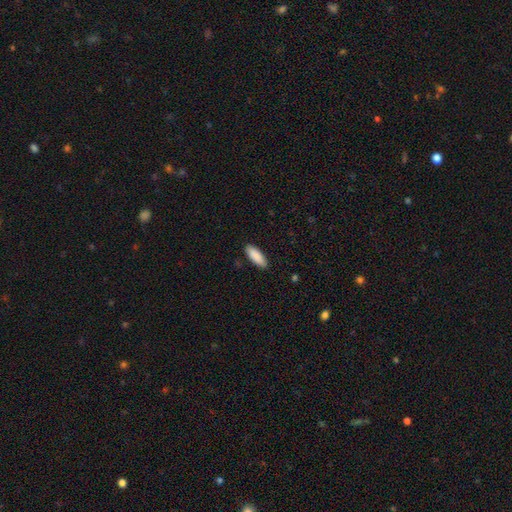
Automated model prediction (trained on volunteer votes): Q: Smooth or featured?
A: smooth (90%); runner-up: star or artifact (6%)
Q: How rounded?
A: in between (67%); runner-up: cigar-shaped (31%)
Q: Merging?
A: none (87%); runner-up: minor disturbance (10%)